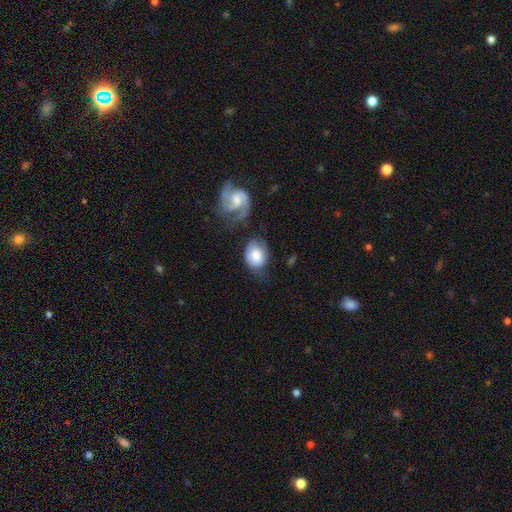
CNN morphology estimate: smooth_or_featured: smooth (p=0.67) [alt: featured or disk p=0.27]
how_rounded: in between (p=0.64) [alt: round p=0.35]
merging: none (p=0.43) [alt: minor disturbance p=0.27]